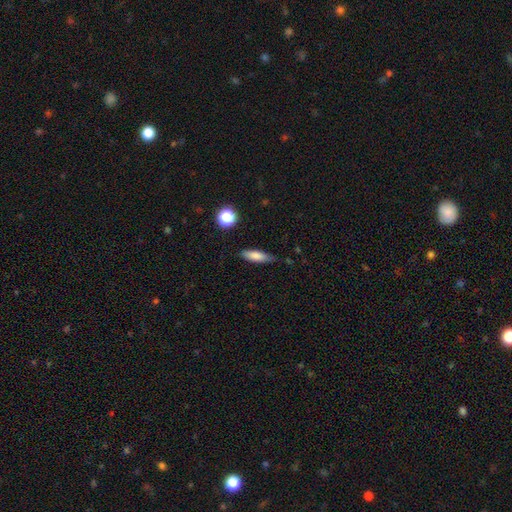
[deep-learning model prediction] A smooth galaxy with no disk features (78%) that is cigar-shaped (52%).

Vote fractions:
- Smooth or featured? smooth: 78% / featured or disk: 14% / star or artifact: 8%
- How rounded? cigar-shaped: 52% / in between: 45% / round: 3%
- Merging? none: 76% / minor disturbance: 19% / major disturbance: 3% / merger: 2%